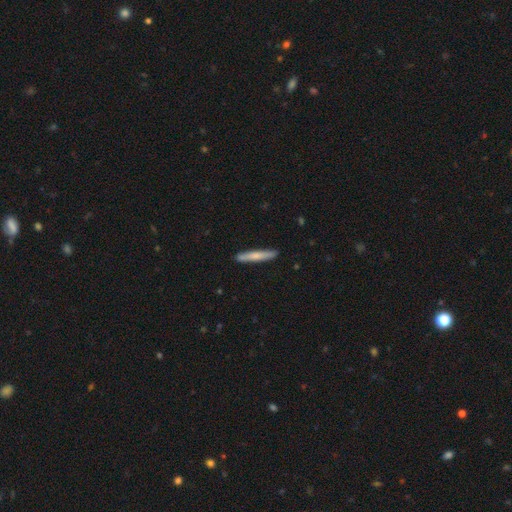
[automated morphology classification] Q: Smooth or featured?
A: smooth (68%); runner-up: featured or disk (27%)
Q: How rounded?
A: cigar-shaped (95%); runner-up: in between (4%)
Q: Merging?
A: none (89%); runner-up: minor disturbance (9%)